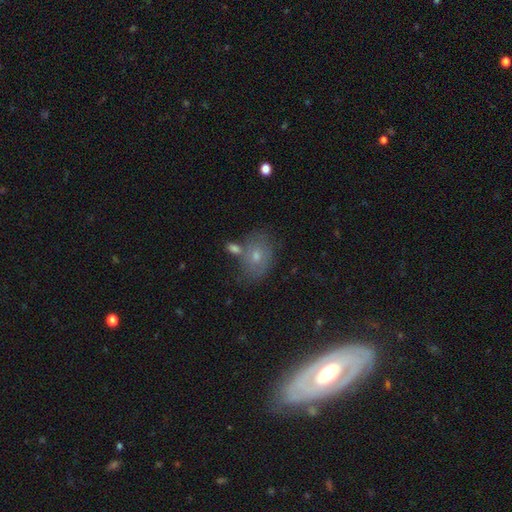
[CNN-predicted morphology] smooth 57%, featured or disk 31%, star or artifact 12%. Down the decision tree: how rounded — in between (63%); merging — none (57%).